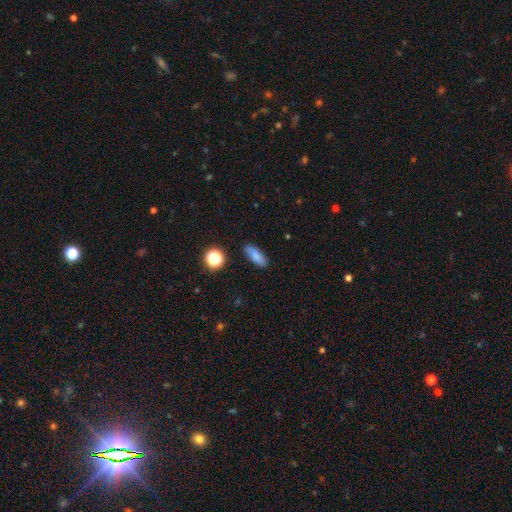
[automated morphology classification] A smooth galaxy with no disk features (77%) that is in between round and cigar-shaped (62%).

Vote fractions:
- Smooth or featured? smooth: 77% / featured or disk: 12% / star or artifact: 11%
- How rounded? in between: 62% / cigar-shaped: 33% / round: 6%
- Merging? none: 83% / minor disturbance: 12% / major disturbance: 3% / merger: 2%